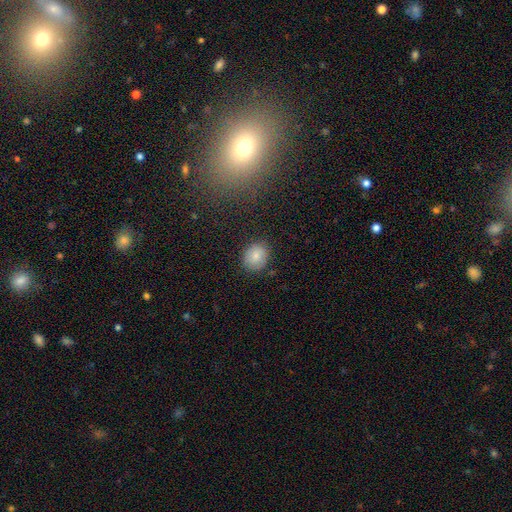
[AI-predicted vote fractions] This is clearly a smooth galaxy (83%). How rounded: likely round (62%). Merging: clearly none (84%).